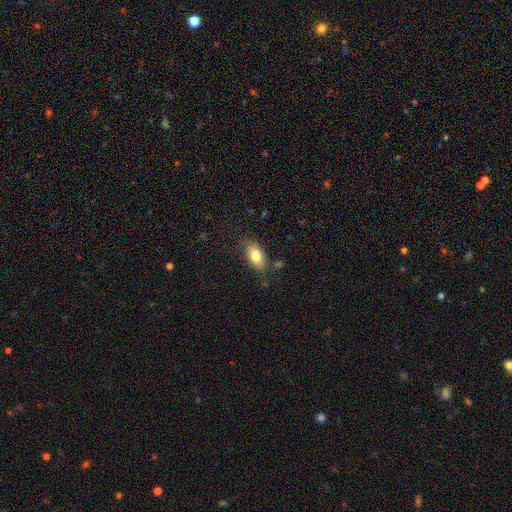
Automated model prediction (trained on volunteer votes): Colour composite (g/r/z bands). It shows a smooth galaxy with no disk features (79%) that is in between round and cigar-shaped (88%). Merging: none (76%).